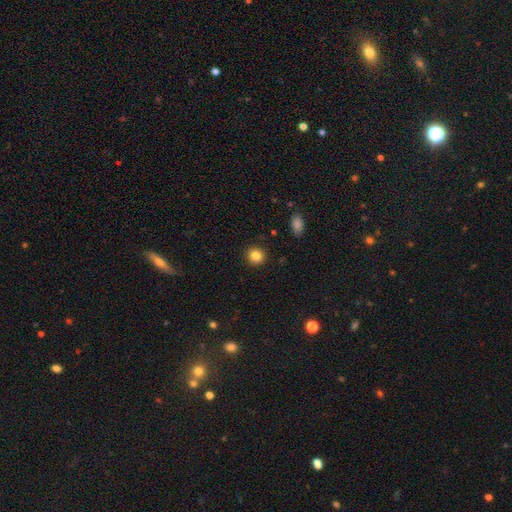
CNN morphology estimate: smooth-or-featured: smooth: 84% | star or artifact: 11% | featured or disk: 5%
  how-rounded: round: 90% | in between: 9% | cigar-shaped: 1%
  merging: none: 91% | minor disturbance: 6% | major disturbance: 2% | merger: 1%